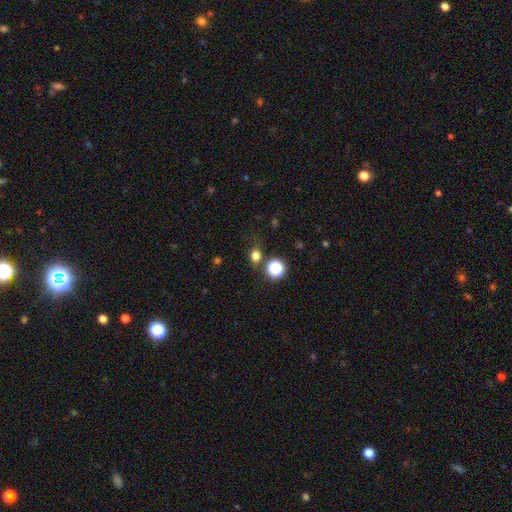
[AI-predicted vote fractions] Q: Smooth or featured?
A: smooth (73%); runner-up: star or artifact (21%)
Q: How rounded?
A: round (60%); runner-up: in between (38%)
Q: Merging?
A: none (71%); runner-up: minor disturbance (15%)